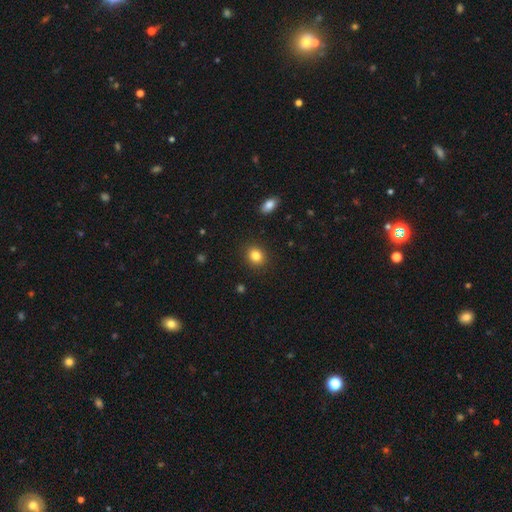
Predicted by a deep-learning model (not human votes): Smooth or featured? smooth (83%)
How rounded? round (68%)
Merging? none (90%)